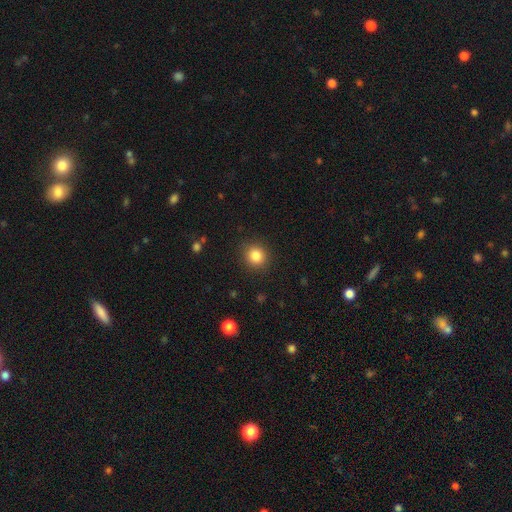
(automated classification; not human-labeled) Smooth or featured? Predicted: smooth (p=0.84). How rounded? Predicted: round (p=0.87). Merging? Predicted: none (p=0.89).